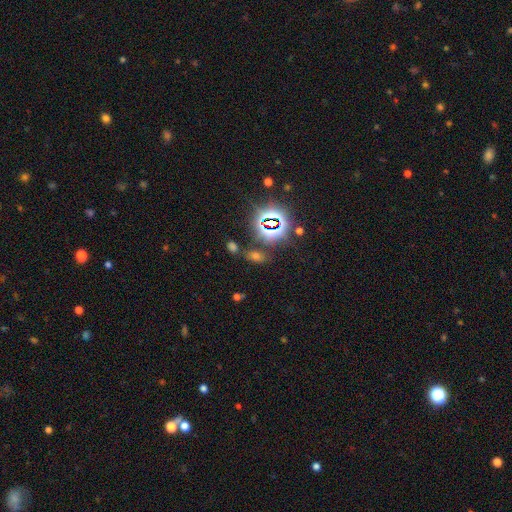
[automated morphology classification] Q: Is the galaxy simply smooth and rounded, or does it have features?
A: star or artifact — 52%.